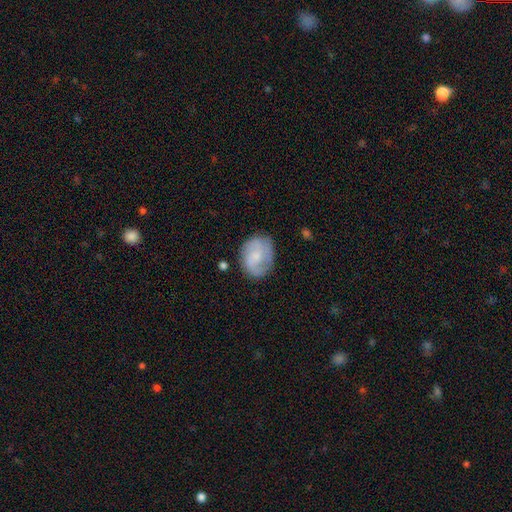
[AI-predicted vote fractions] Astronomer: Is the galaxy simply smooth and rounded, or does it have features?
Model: featured or disk — 57% (runner-up: smooth, 36%).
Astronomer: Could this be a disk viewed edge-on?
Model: no — 98%.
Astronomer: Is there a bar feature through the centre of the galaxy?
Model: no — 60%.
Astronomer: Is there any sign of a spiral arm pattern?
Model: yes — 87%.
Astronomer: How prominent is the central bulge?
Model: small — 45% (runner-up: moderate, 30%).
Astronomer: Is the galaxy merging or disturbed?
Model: none — 71%.